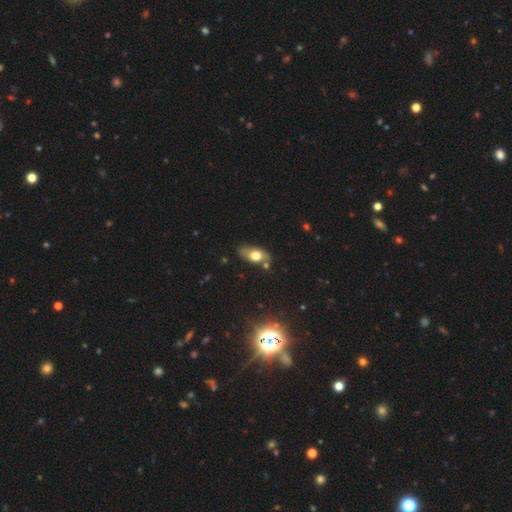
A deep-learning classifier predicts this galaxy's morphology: smooth 63%, featured or disk 28%, star or artifact 9%. Down the decision tree: how rounded — in between (85%); merging — none (73%).